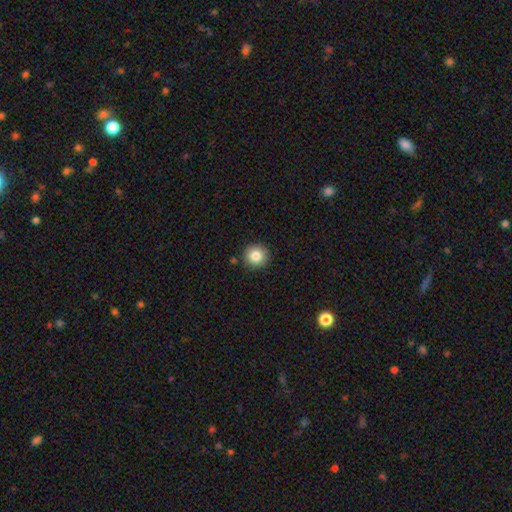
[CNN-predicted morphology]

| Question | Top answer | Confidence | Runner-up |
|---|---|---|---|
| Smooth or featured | smooth | 83% | star or artifact (10%) |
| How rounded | round | 93% | in between (6%) |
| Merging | none | 90% | minor disturbance (6%) |